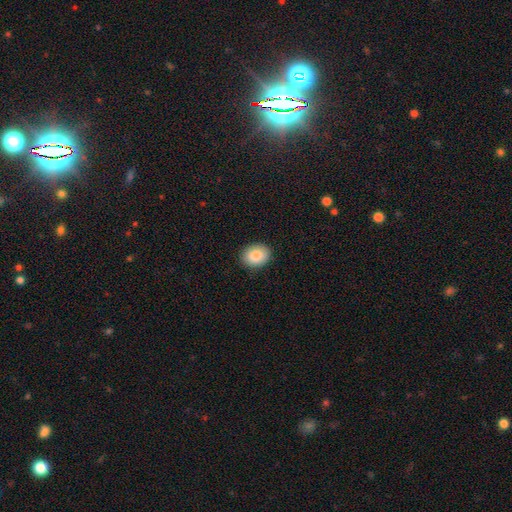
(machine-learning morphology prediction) A smooth galaxy with no disk features (86%) that is in between round and cigar-shaped (61%). Merging: none (90%).